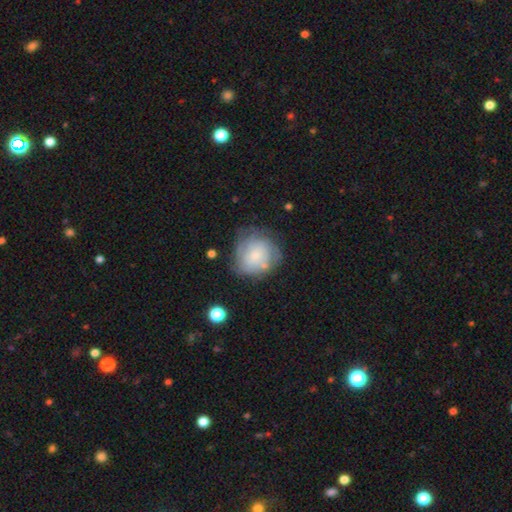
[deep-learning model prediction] A smooth galaxy with no disk features (55%) that is round (82%). Merging: none (58%).